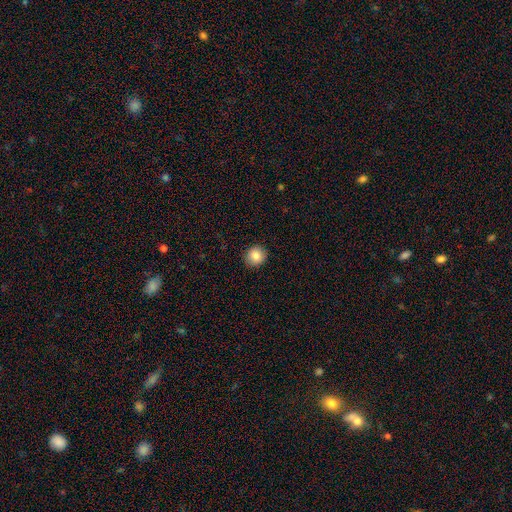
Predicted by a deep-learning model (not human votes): Smooth or featured? Predicted: smooth (p=0.86). How rounded? Predicted: round (p=0.87). Merging? Predicted: none (p=0.91).